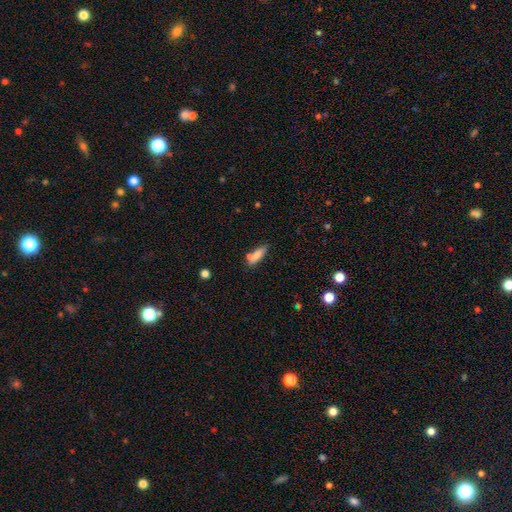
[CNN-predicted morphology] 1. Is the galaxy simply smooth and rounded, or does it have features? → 79% smooth, 13% featured or disk, 8% star or artifact.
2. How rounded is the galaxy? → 52% in between, 45% cigar-shaped, 2% round.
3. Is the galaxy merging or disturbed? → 55% none, 20% minor disturbance, 19% merger, 6% major disturbance.